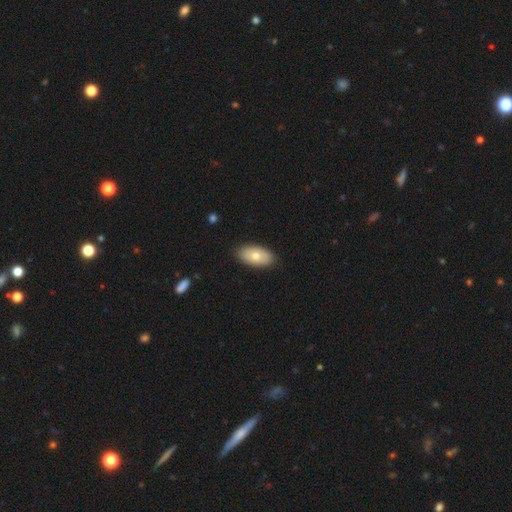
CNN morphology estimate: Smooth or featured: smooth — 72% (featured or disk — 21%)
How rounded: in between — 94% (round — 3%)
Merging: none — 88% (minor disturbance — 9%)